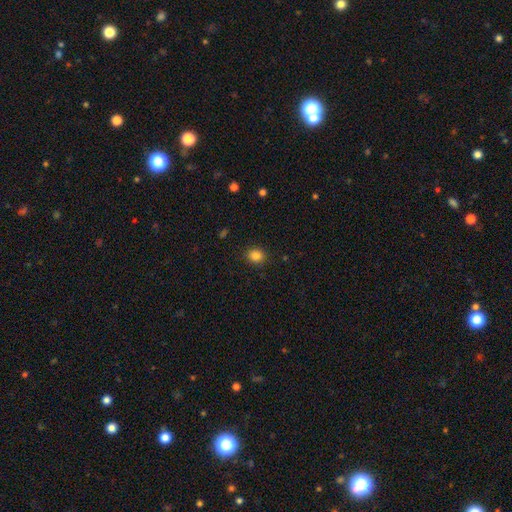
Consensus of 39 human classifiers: Morphology: type=smooth (95%); roundness=round (78%); merging=none (92%).